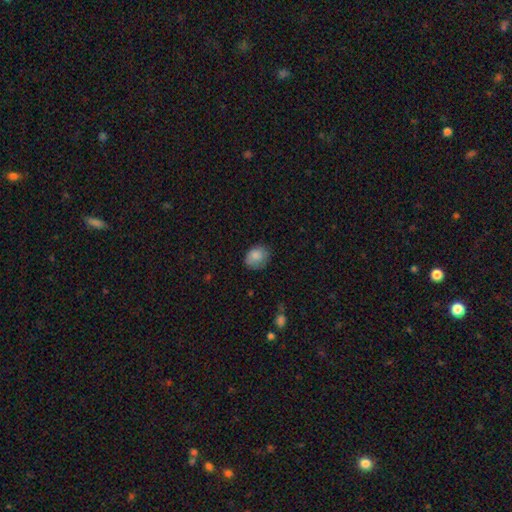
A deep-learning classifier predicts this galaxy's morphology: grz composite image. It shows a smooth galaxy with no disk features (84%) that is in between round and cigar-shaped (55%). Merging: none (71%).